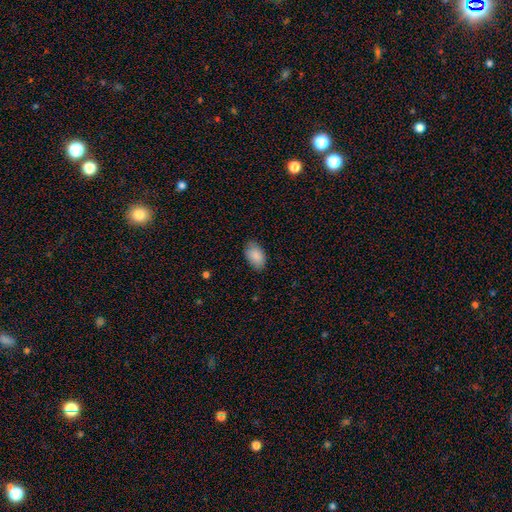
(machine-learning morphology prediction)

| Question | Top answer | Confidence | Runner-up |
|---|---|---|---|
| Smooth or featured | smooth | 89% | star or artifact (7%) |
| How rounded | in between | 93% | round (6%) |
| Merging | none | 80% | minor disturbance (16%) |